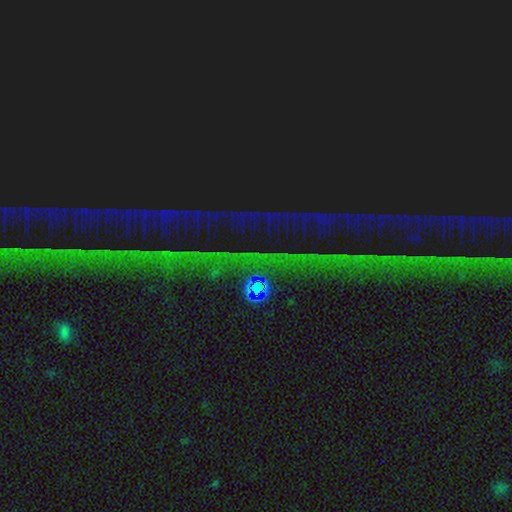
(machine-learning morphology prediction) A star or artifact, not a galaxy (87%).